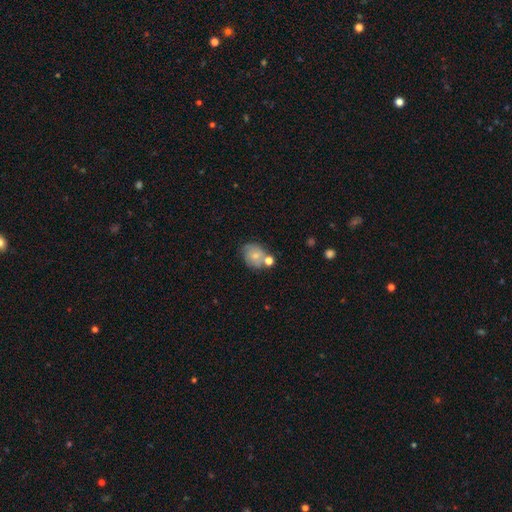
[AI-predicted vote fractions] This appears to be a smooth galaxy with no disk features (65%) that is round (58%). Merging: none (50%).